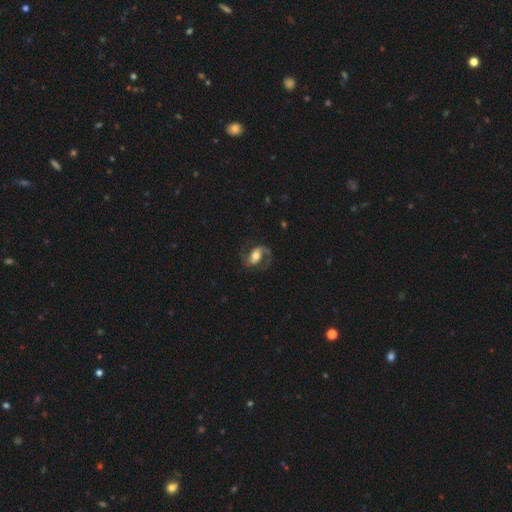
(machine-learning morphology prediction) This appears to be a featured or disk galaxy (85%) with a weak bar (36%), 2 (91%) medium (53%) spiral arms (96%) and a moderate central bulge (64%). Merging: none (74%).